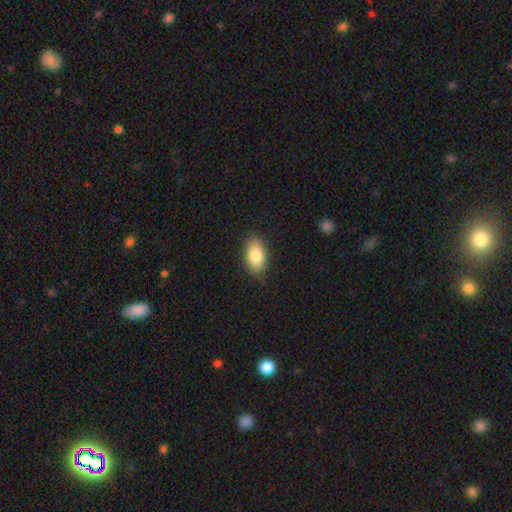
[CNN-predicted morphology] Overall: smooth (83%). How rounded: in between (91%). Merging: none (82%).